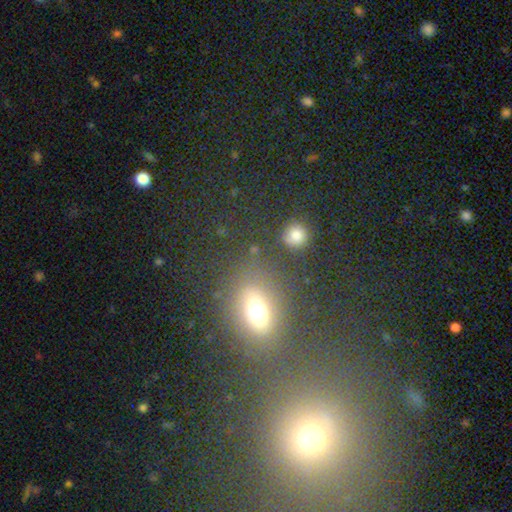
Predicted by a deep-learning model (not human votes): Overall: smooth (58%; star or artifact 30%). How rounded: in between (62%; round 35%). Merging: none (67%).